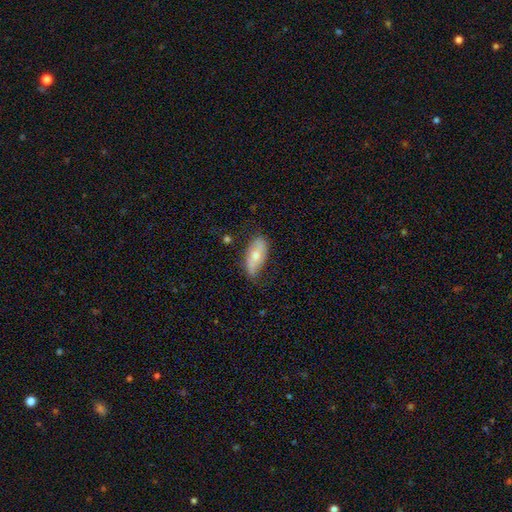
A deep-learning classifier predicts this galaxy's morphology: This appears to be a smooth galaxy with no disk features (58%) that is in between round and cigar-shaped (86%). Merging: none (63%).